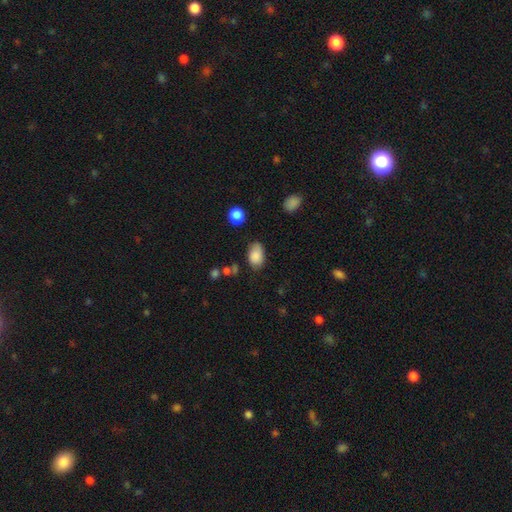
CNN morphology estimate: Smooth or featured?
  - smooth: 85% *
  - star or artifact: 8%
  - featured or disk: 7%
How rounded?
  - in between: 89% *
  - round: 9%
  - cigar-shaped: 1%
Merging?
  - none: 69% *
  - minor disturbance: 23%
  - major disturbance: 5%
  - merger: 3%